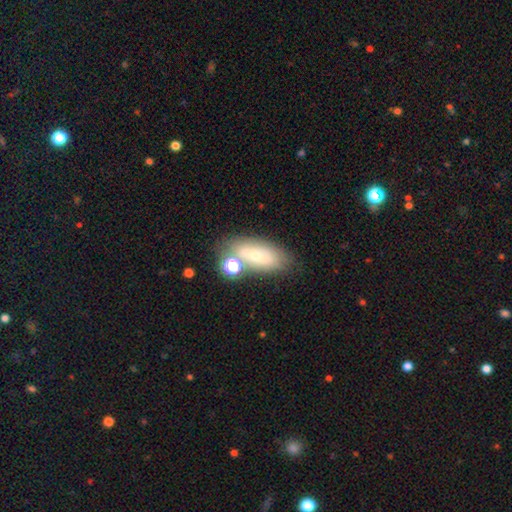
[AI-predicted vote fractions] Overall: smooth (54%; featured or disk 34%). How rounded: in between (75%). Merging: none (60%).